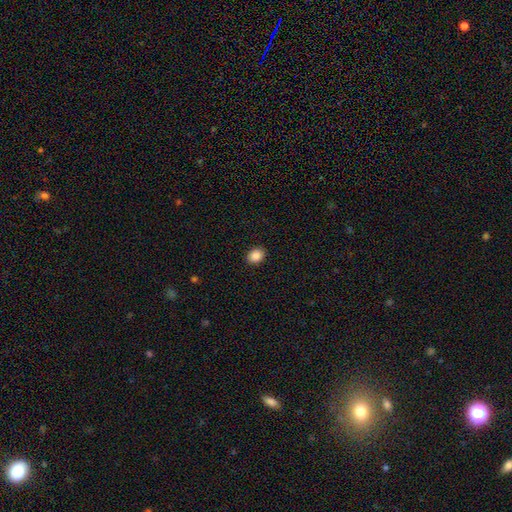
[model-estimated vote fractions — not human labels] This appears to be a smooth galaxy with no disk features (87%) that is in between round and cigar-shaped (54%). Merging: none (91%).